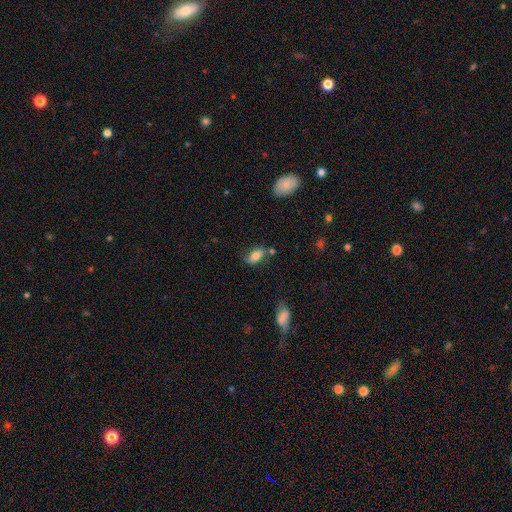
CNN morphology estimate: Overall: smooth (76%). How rounded: in between (89%). Merging: none (59%; minor disturbance 24%).